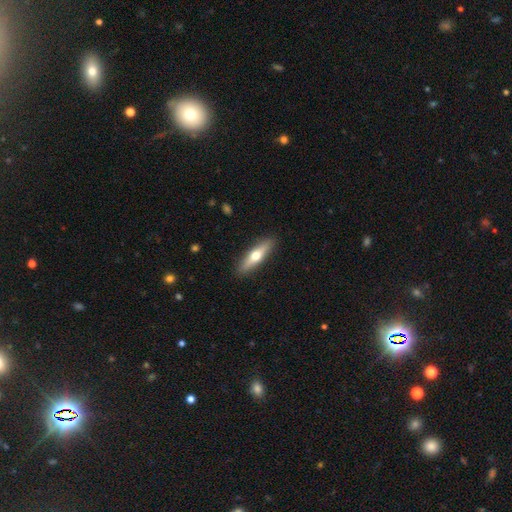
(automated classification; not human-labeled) smooth 51%, featured or disk 43%, star or artifact 5%. Down the decision tree: how rounded — cigar-shaped (71%); merging — none (90%).